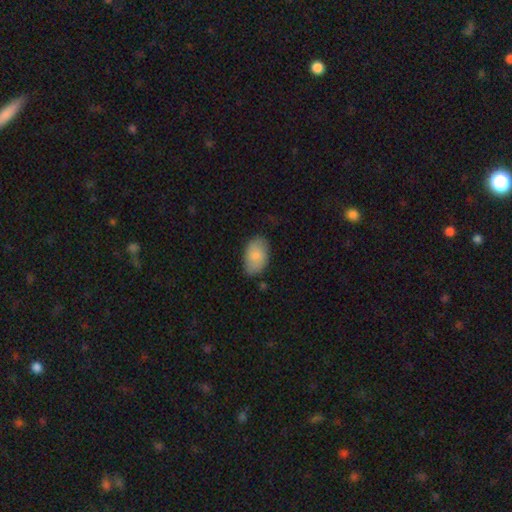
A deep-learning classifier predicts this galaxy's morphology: Q: Smooth or featured?
A: smooth (78%); runner-up: featured or disk (16%)
Q: How rounded?
A: in between (91%); runner-up: round (7%)
Q: Merging?
A: none (76%); runner-up: minor disturbance (18%)